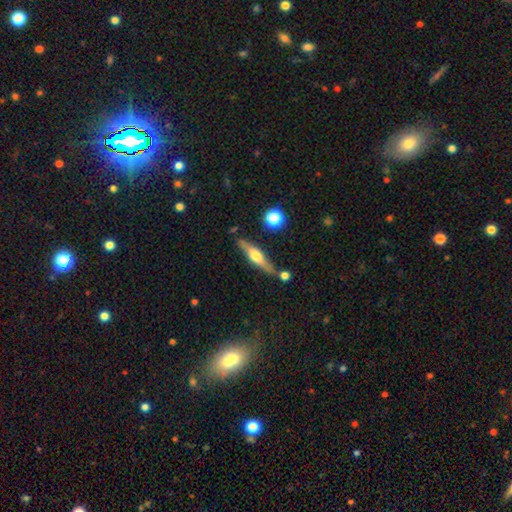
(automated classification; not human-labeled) The model was most divided on "smooth or featured": featured or disk: 60%, smooth: 34%, star or artifact: 6%. More confident: edge-on disk — yes (91%); edge-on bulge — rounded (89%); merging — none (73%).